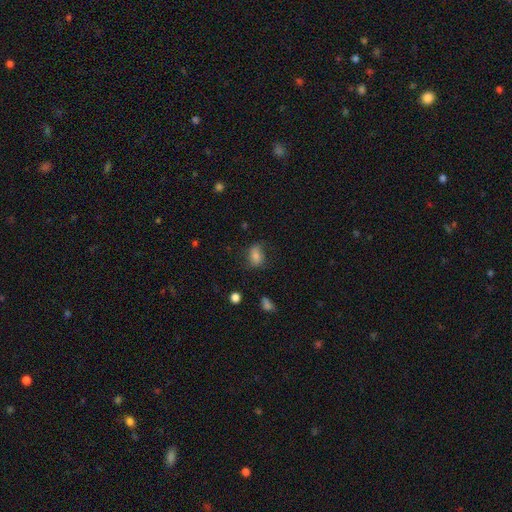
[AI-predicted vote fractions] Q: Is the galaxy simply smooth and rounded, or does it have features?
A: smooth — 75%.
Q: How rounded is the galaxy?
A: in between — 77%.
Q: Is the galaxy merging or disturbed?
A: none — 67%.